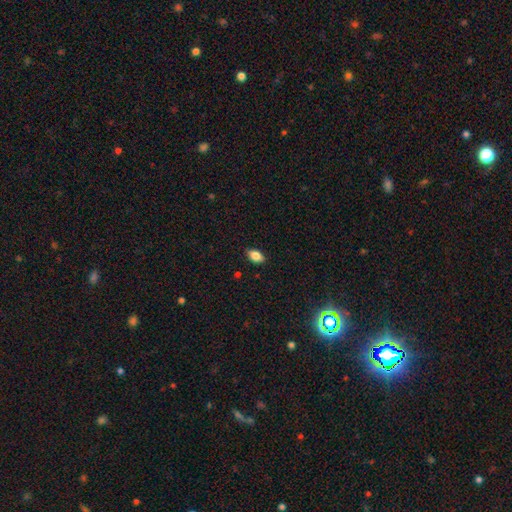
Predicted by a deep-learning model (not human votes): Smooth or featured? Predicted: smooth (p=0.84). How rounded? Predicted: in between (p=0.90). Merging? Predicted: none (p=0.87).